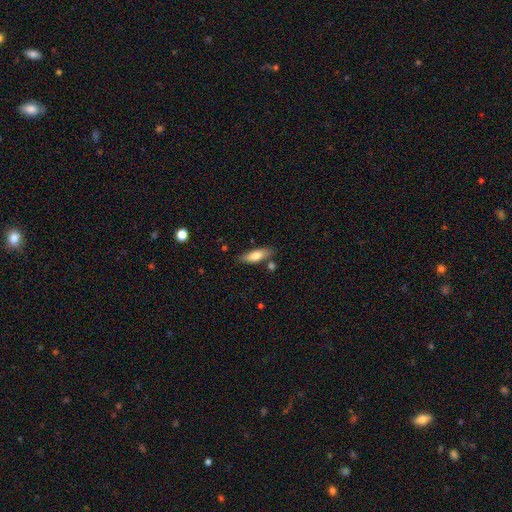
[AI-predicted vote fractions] smooth-or-featured: smooth: 72% | featured or disk: 22% | star or artifact: 6%
  how-rounded: in between: 55% | cigar-shaped: 42% | round: 2%
  merging: none: 77% | minor disturbance: 14% | merger: 6% | major disturbance: 3%